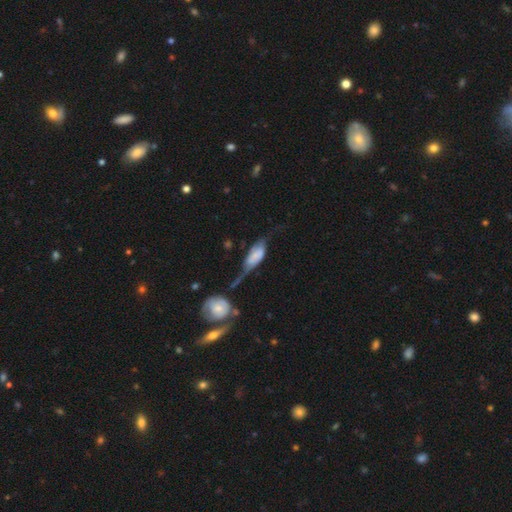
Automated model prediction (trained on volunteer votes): Overall: smooth (53%; featured or disk 40%). How rounded: in between (79%). Merging: major disturbance (35%; minor disturbance 24%).